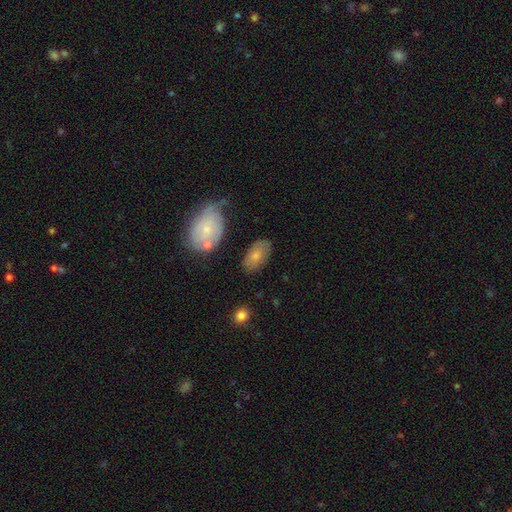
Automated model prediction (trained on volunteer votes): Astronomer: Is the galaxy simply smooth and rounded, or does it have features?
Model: smooth — 72%.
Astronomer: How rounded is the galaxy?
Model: in between — 93%.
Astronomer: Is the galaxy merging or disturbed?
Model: none — 72%.